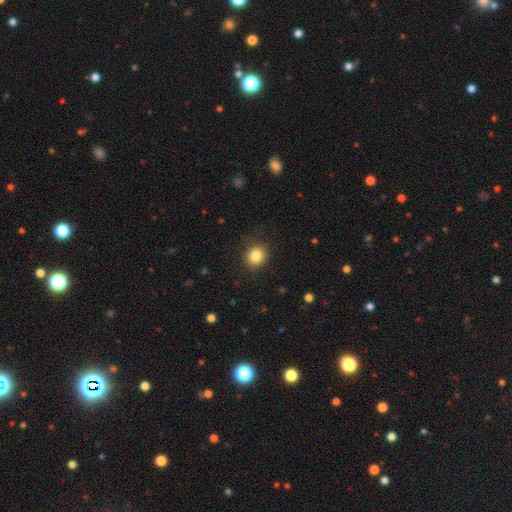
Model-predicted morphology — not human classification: Overall: smooth (84%). How rounded: round (75%). Merging: none (88%).